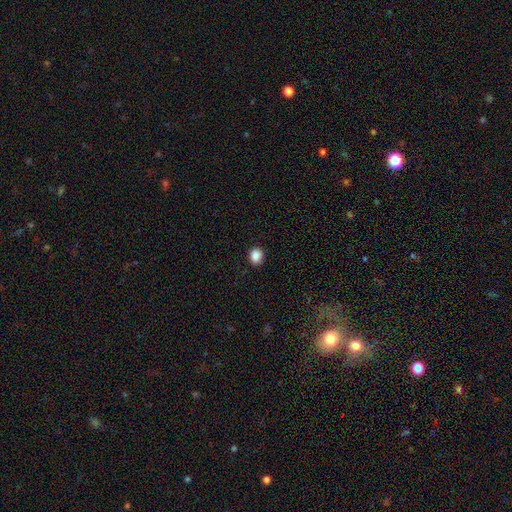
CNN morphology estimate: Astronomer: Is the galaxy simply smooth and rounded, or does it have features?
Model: smooth — 88%.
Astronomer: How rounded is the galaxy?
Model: round — 62% (runner-up: in between, 37%).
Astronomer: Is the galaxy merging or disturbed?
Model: none — 88%.